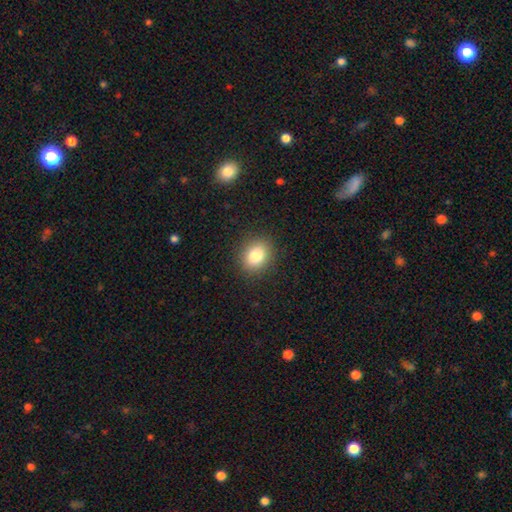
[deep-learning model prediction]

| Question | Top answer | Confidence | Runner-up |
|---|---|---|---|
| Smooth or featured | smooth | 82% | star or artifact (10%) |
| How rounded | round | 61% | in between (38%) |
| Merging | none | 89% | minor disturbance (7%) |